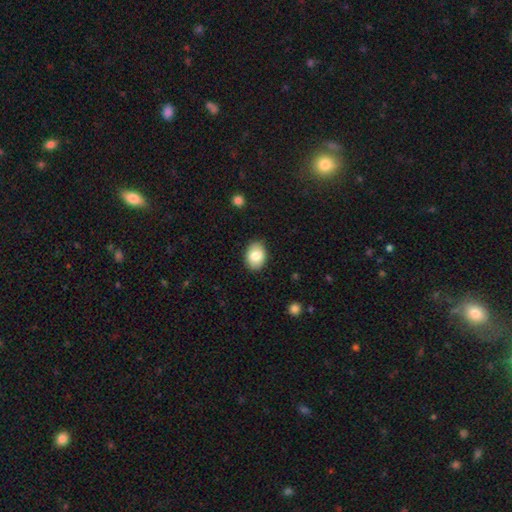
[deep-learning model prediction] Overall: smooth (82%). How rounded: in between (76%). Merging: none (87%).